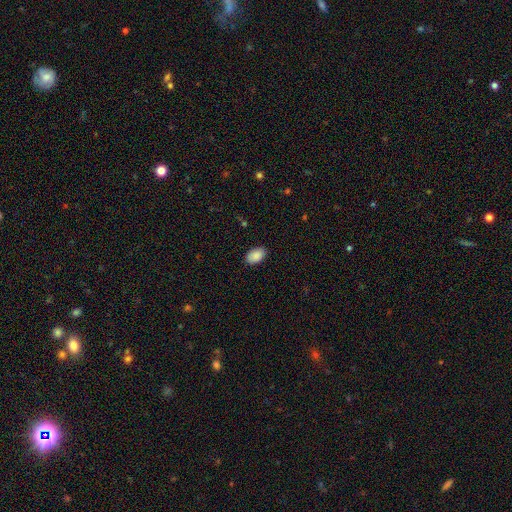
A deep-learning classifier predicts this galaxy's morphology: smooth 89%, star or artifact 7%, featured or disk 4%. Down the decision tree: how rounded — in between (91%); merging — none (87%).